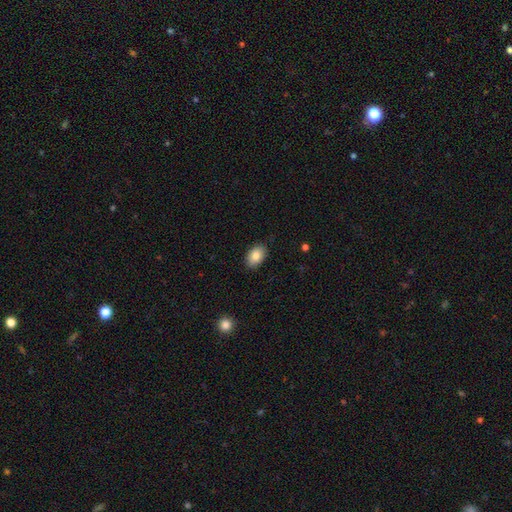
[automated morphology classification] Smooth or featured: smooth — 83% (featured or disk — 9%)
How rounded: in between — 87% (round — 12%)
Merging: none — 87% (minor disturbance — 10%)